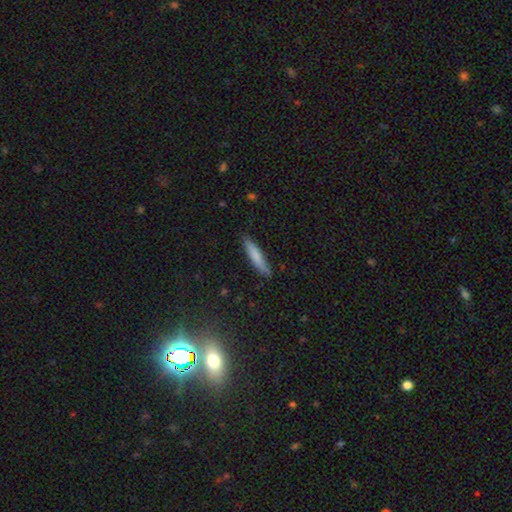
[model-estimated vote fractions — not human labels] A smooth galaxy with no disk features (76%) that is cigar-shaped (90%).

Vote fractions:
- Smooth or featured? smooth: 76% / featured or disk: 17% / star or artifact: 6%
- How rounded? cigar-shaped: 90% / in between: 8% / round: 1%
- Merging? none: 87% / minor disturbance: 10% / major disturbance: 2% / merger: 1%